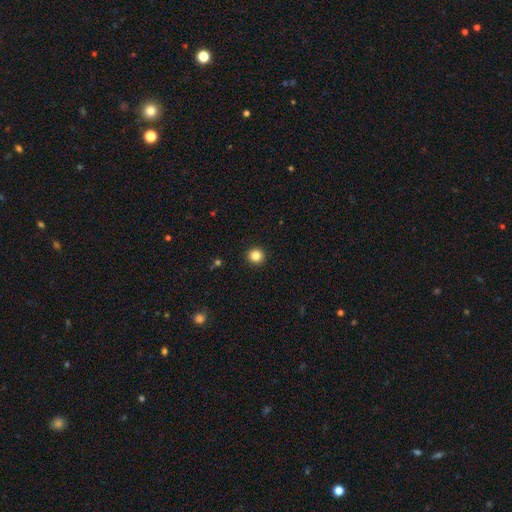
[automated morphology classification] This appears to be a smooth galaxy with no disk features (85%) that is round (94%). Merging: none (93%).